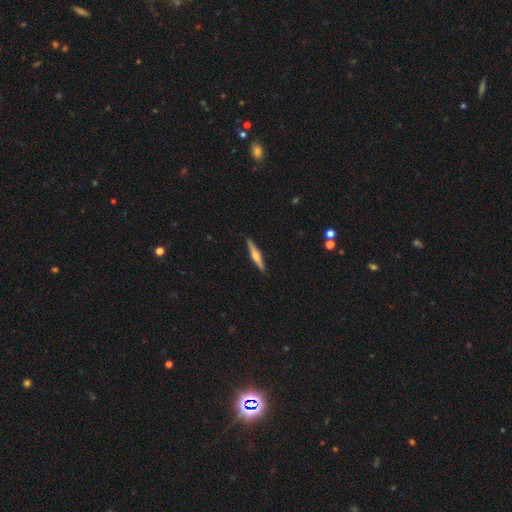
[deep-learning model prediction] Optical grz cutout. It shows a featured or disk galaxy (69%) viewed edge-on (98%) with a rounded central bulge (90%). Merging: none (91%).